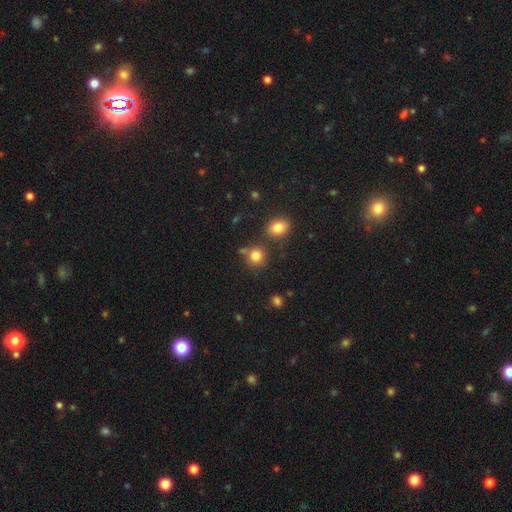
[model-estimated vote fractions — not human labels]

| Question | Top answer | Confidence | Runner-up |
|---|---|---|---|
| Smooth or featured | smooth | 82% | star or artifact (12%) |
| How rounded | round | 87% | in between (12%) |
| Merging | none | 72% | merger (14%) |